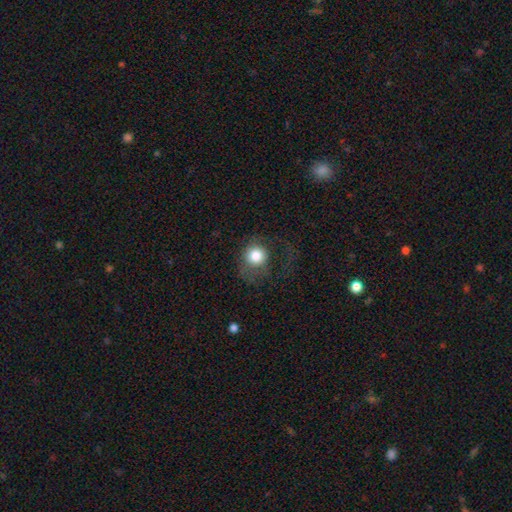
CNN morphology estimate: A smooth galaxy with no disk features (79%) that is round (85%).

Vote fractions:
- Smooth or featured? smooth: 79% / featured or disk: 12% / star or artifact: 9%
- How rounded? round: 85% / in between: 14% / cigar-shaped: 1%
- Merging? none: 46% / major disturbance: 32% / minor disturbance: 20% / merger: 2%